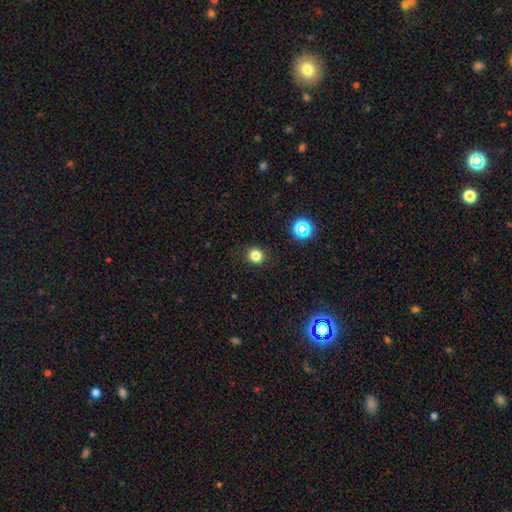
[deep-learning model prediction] smooth 80%, star or artifact 15%, featured or disk 5%. Down the decision tree: how rounded — round (86%); merging — none (89%).